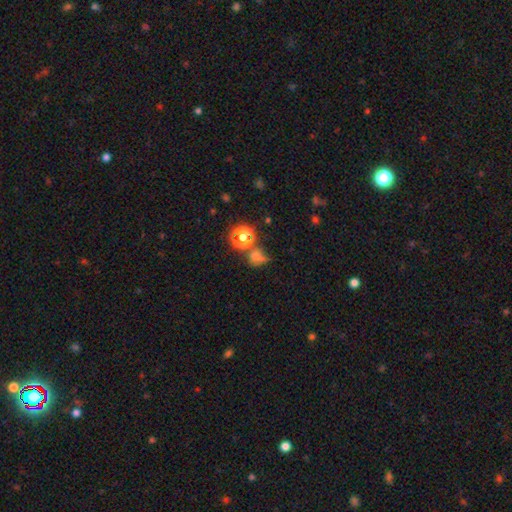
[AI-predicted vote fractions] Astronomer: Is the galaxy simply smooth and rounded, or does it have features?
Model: smooth — 48% (runner-up: star or artifact, 42%).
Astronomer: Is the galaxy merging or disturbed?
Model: none — 63%.